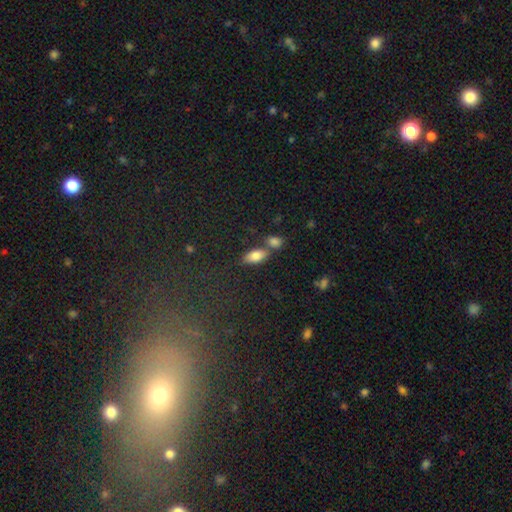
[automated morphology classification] This appears to be a smooth galaxy with no disk features (81%) that is in between round and cigar-shaped (88%). Merging: none (58%).